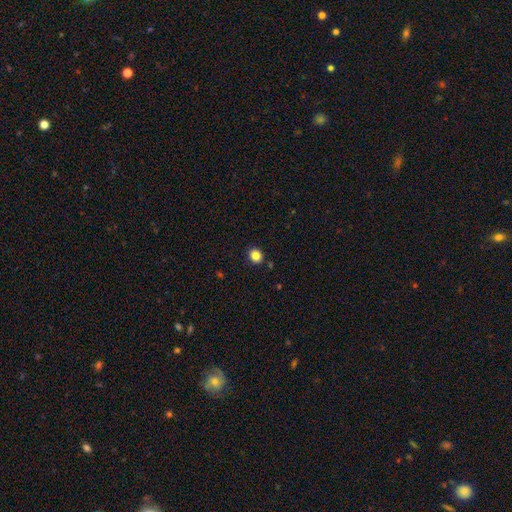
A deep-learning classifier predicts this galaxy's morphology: Smooth or featured: smooth — 85% (star or artifact — 11%)
How rounded: round — 78% (in between — 21%)
Merging: none — 89% (minor disturbance — 7%)